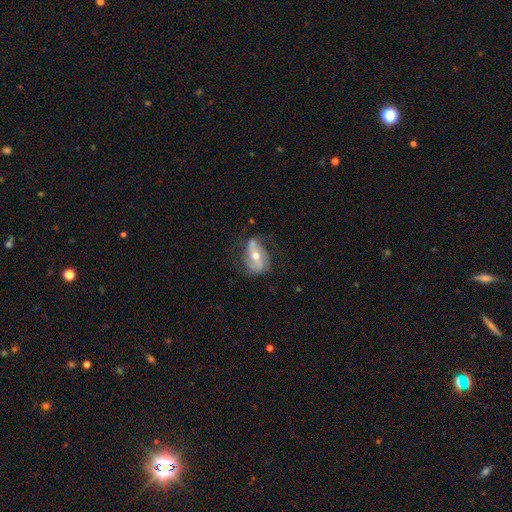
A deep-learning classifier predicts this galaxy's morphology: A featured or disk galaxy (67%) with a strong bar (37%), spiral arms (78%) and a moderate central bulge (67%). Merging: none (54%).